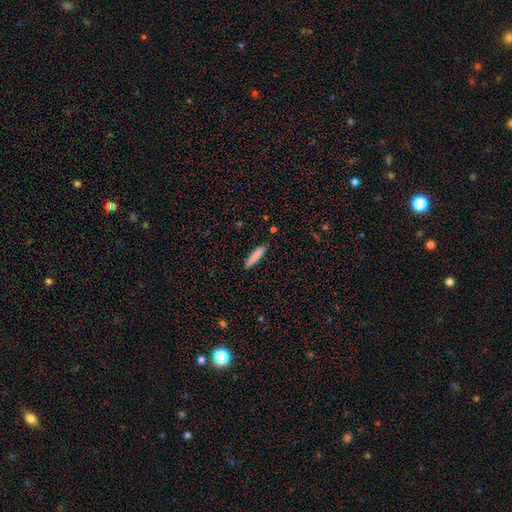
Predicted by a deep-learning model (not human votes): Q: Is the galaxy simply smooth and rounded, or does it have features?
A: smooth — 83%.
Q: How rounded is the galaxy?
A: cigar-shaped — 89%.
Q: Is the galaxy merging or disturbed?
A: none — 87%.